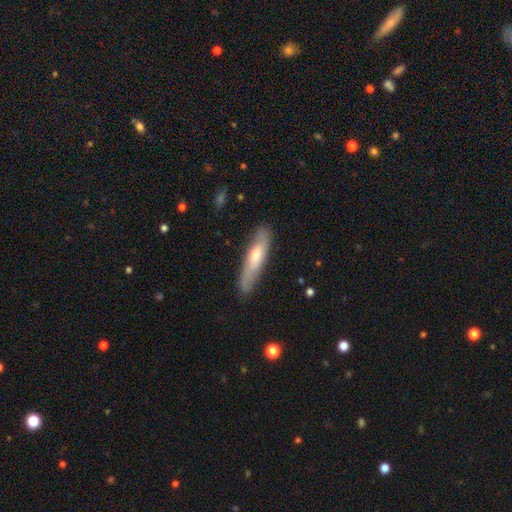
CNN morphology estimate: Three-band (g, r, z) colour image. It shows a smooth galaxy with no disk features (57%) that is cigar-shaped (82%). Merging: none (78%).